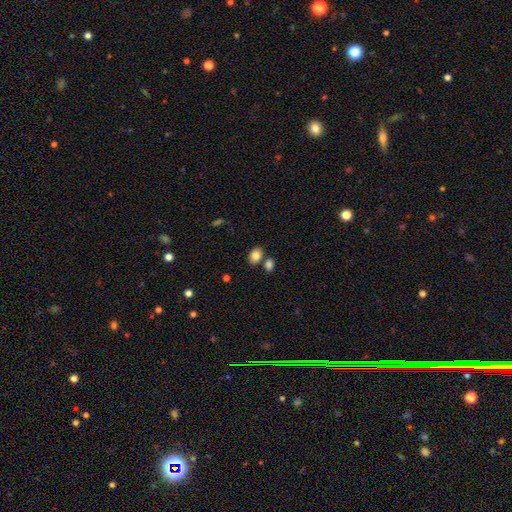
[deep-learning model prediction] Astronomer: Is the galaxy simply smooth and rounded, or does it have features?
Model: smooth — 84%.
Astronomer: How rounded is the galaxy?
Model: in between — 73%.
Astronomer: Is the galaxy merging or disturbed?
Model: none — 65%.